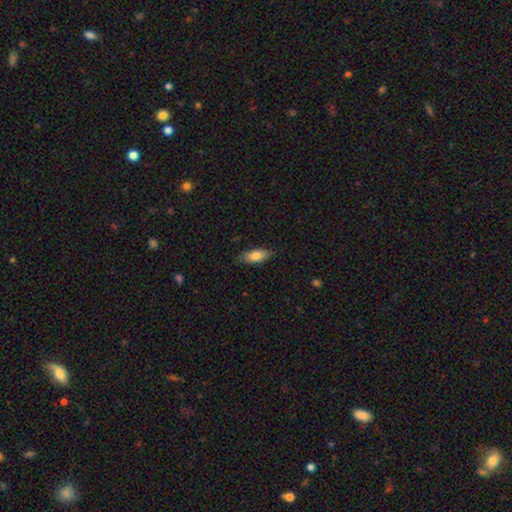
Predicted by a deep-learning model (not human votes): smooth-or-featured: smooth: 80% | featured or disk: 14% | star or artifact: 6%
  how-rounded: in between: 75% | cigar-shaped: 22% | round: 2%
  merging: none: 82% | minor disturbance: 15% | major disturbance: 3% | merger: 1%